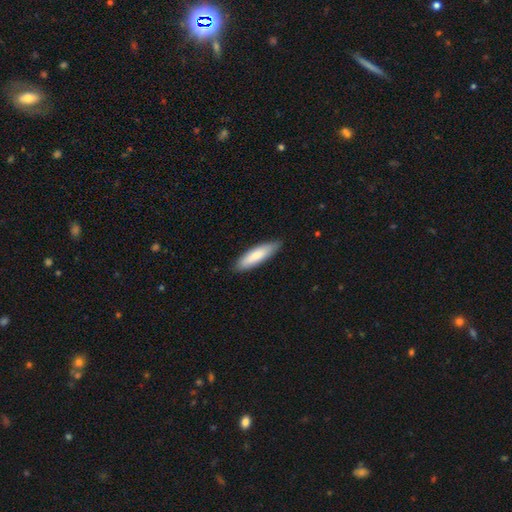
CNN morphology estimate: Overall: smooth (82%). How rounded: cigar-shaped (61%; in between 38%). Merging: none (86%).